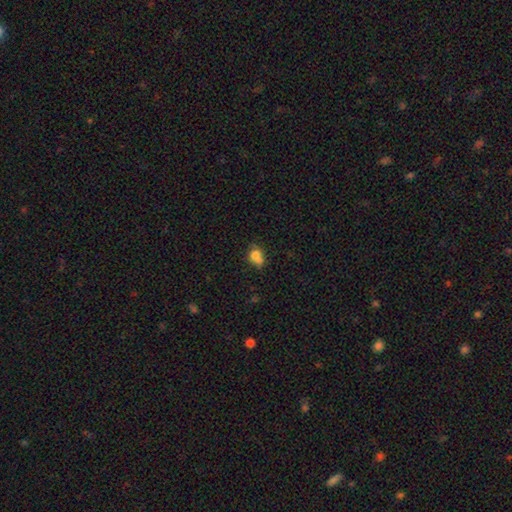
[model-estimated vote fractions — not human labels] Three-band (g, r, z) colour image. It shows a smooth galaxy with no disk features (78%) that is in between round and cigar-shaped (57%). Merging: none (44%).